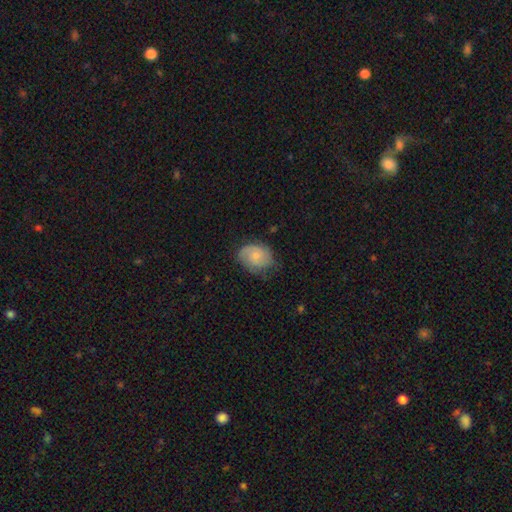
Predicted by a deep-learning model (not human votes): Smooth or featured: smooth — 48% (featured or disk — 45%)
Merging: none — 64% (minor disturbance — 27%)